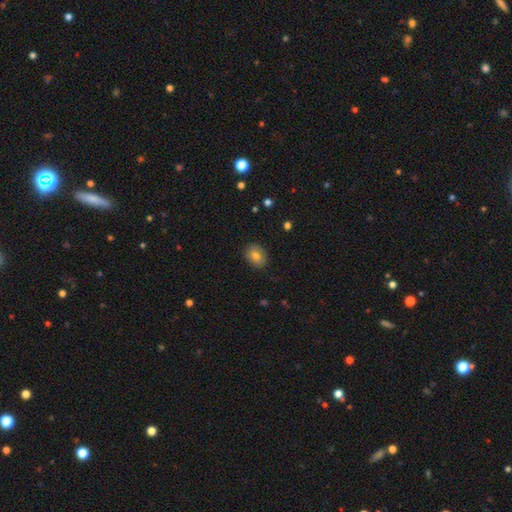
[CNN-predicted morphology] This appears to be a smooth galaxy with no disk features (77%) that is in between round and cigar-shaped (51%). Merging: none (88%).